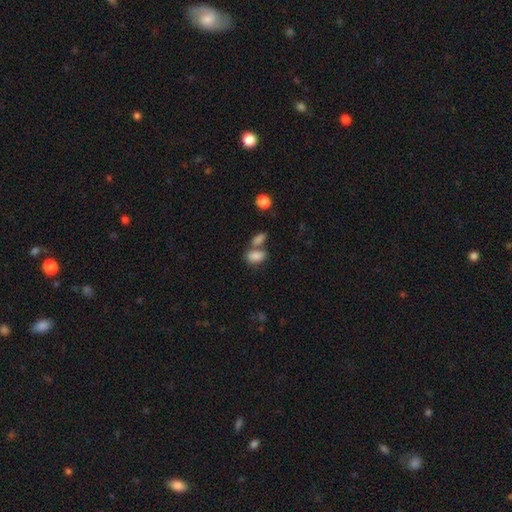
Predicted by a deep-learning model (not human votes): smooth_or_featured: smooth (p=0.84) [alt: star or artifact p=0.08]
how_rounded: in between (p=0.87) [alt: round p=0.11]
merging: merger (p=0.45) [alt: none p=0.40]